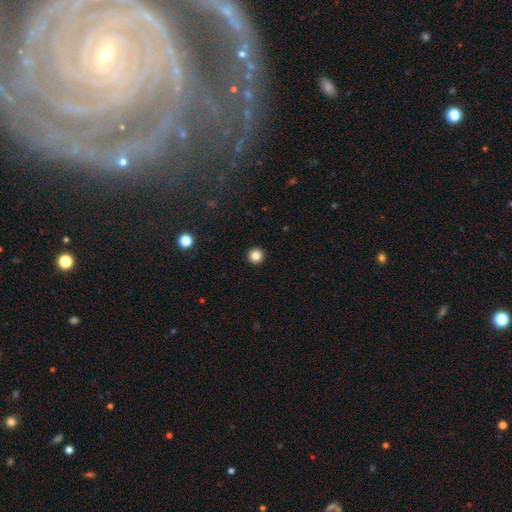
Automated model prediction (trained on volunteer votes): Q: Smooth or featured?
A: smooth (85%); runner-up: star or artifact (11%)
Q: How rounded?
A: round (96%); runner-up: in between (3%)
Q: Merging?
A: none (94%); runner-up: minor disturbance (4%)